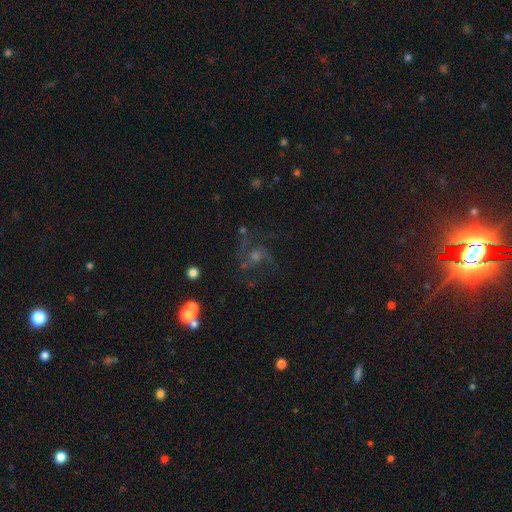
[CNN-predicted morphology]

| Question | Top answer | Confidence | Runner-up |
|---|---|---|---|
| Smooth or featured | featured or disk | 61% | star or artifact (22%) |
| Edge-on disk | no | 97% | yes (3%) |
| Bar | no | 70% | weak (25%) |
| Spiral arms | yes | 85% | no (15%) |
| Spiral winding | medium | 50% | loose (35%) |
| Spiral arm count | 2 | 47% | can't tell (20%) |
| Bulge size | moderate | 43% | small (38%) |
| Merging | none | 59% | major disturbance (22%) |